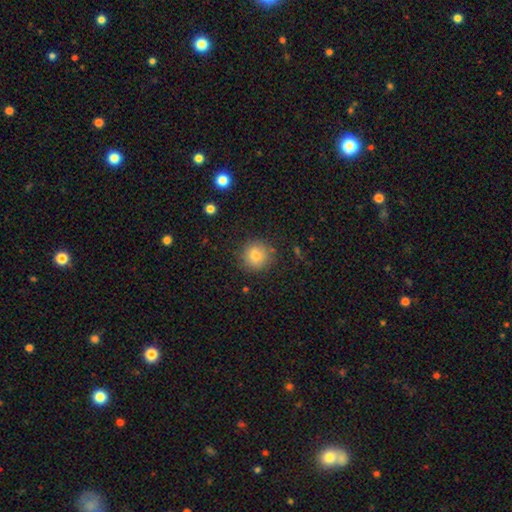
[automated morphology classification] Smooth or featured? Predicted: smooth (p=0.80). How rounded? Predicted: round (p=0.92). Merging? Predicted: none (p=0.85).